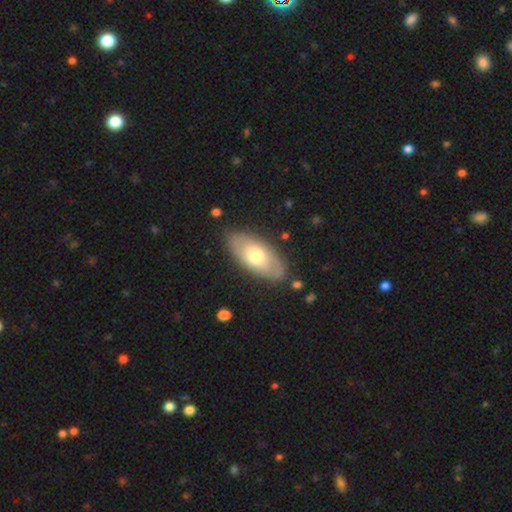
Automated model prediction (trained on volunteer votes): Smooth or featured?
  - smooth: 58% *
  - featured or disk: 36%
  - star or artifact: 5%
How rounded?
  - in between: 90% *
  - cigar-shaped: 7%
  - round: 3%
Merging?
  - none: 82% *
  - minor disturbance: 13%
  - major disturbance: 3%
  - merger: 2%